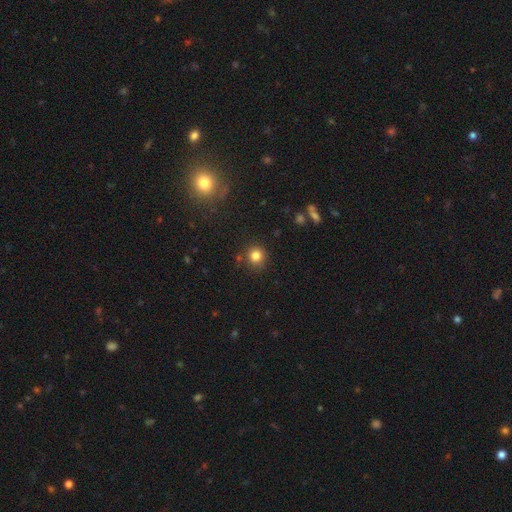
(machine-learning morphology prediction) Smooth or featured? Predicted: smooth (p=0.82). How rounded? Predicted: round (p=0.92). Merging? Predicted: none (p=0.84).